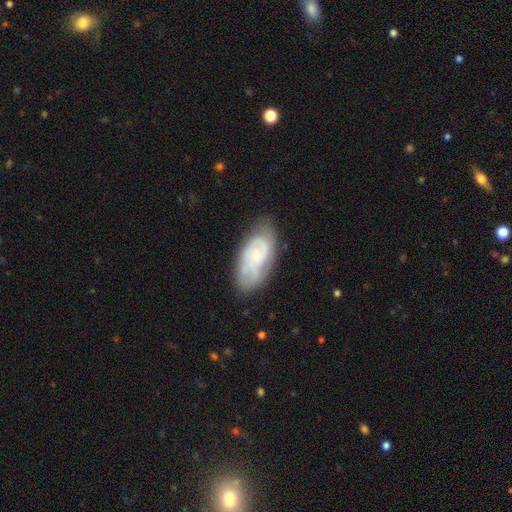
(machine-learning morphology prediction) Smooth or featured?
  - featured or disk: 69% *
  - smooth: 24%
  - star or artifact: 7%
Edge-on disk?
  - no: 95% *
  - yes: 5%
Bar?
  - no: 65% *
  - weak: 30%
  - strong: 5%
Spiral arms?
  - yes: 91% *
  - no: 9%
Spiral winding?
  - tight: 55% *
  - medium: 35%
  - loose: 10%
Spiral arm count?
  - 2: 37% *
  - can't tell: 34%
  - 3: 17%
  - 4: 5%
  - 1: 4%
  - more than 4: 3%
Bulge size?
  - small: 67% *
  - moderate: 17%
  - none: 13%
  - large: 2%
  - dominant: 1%
Merging?
  - none: 73% *
  - minor disturbance: 20%
  - major disturbance: 6%
  - merger: 2%